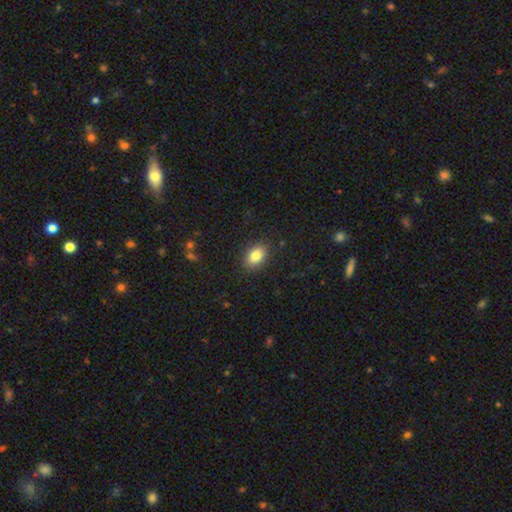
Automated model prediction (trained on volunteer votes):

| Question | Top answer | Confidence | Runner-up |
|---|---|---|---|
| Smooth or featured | smooth | 84% | star or artifact (9%) |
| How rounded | in between | 83% | round (16%) |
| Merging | none | 87% | minor disturbance (9%) |